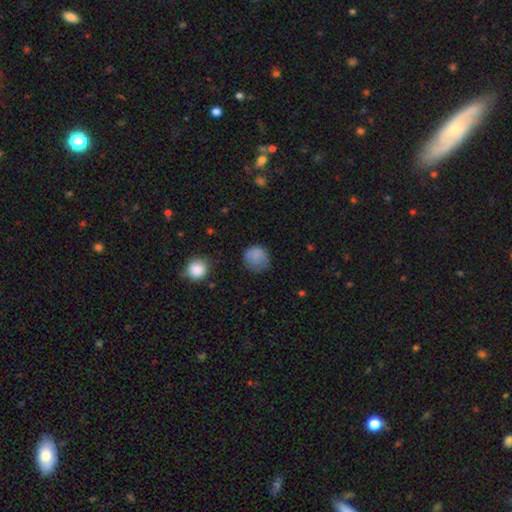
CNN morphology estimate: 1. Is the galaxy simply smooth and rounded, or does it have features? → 81% smooth, 10% star or artifact, 9% featured or disk.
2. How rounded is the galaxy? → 82% round, 17% in between, 1% cigar-shaped.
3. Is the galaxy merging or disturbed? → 59% none, 28% minor disturbance, 11% major disturbance, 2% merger.